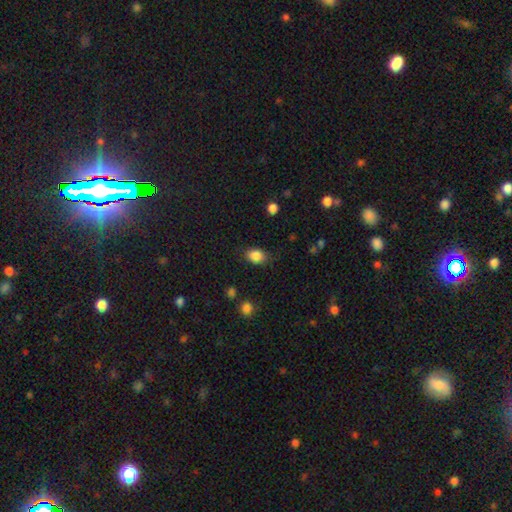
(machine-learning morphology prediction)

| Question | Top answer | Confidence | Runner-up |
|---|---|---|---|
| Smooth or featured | smooth | 86% | star or artifact (9%) |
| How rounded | in between | 67% | round (32%) |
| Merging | none | 78% | minor disturbance (16%) |